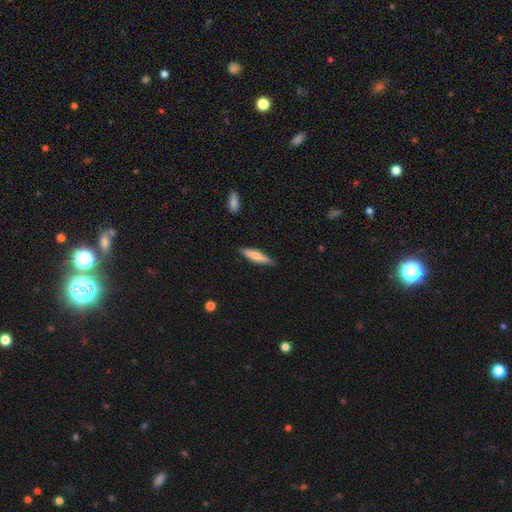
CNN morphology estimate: Smooth or featured: smooth — 64% (featured or disk — 31%)
How rounded: cigar-shaped — 84% (in between — 15%)
Merging: none — 86% (minor disturbance — 10%)